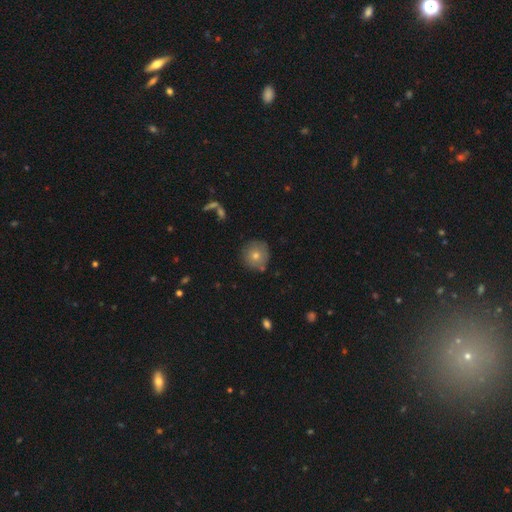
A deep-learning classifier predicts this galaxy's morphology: Smooth or featured? Predicted: smooth (p=0.68). How rounded? Predicted: round (p=0.94). Merging? Predicted: none (p=0.84).